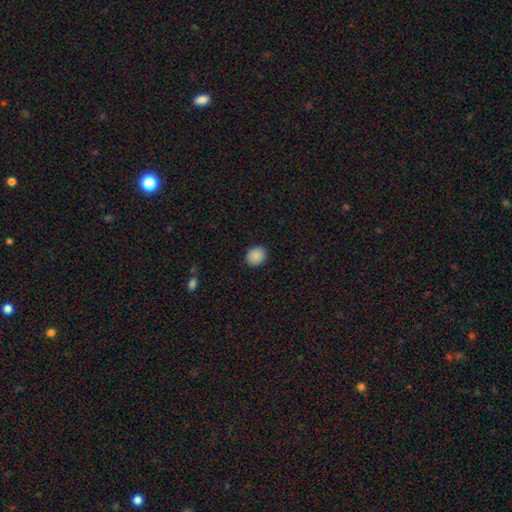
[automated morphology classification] Smooth or featured?
  - smooth: 88% *
  - star or artifact: 8%
  - featured or disk: 3%
How rounded?
  - round: 68% *
  - in between: 31%
  - cigar-shaped: 1%
Merging?
  - none: 90% *
  - minor disturbance: 7%
  - major disturbance: 2%
  - merger: 1%